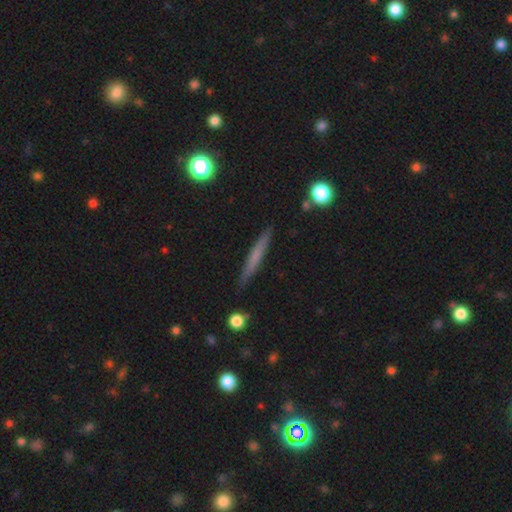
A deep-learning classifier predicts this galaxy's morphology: smooth-or-featured: smooth: 54% | featured or disk: 40% | star or artifact: 7%
  how-rounded: cigar-shaped: 95% | in between: 3% | round: 2%
  merging: none: 89% | minor disturbance: 8% | major disturbance: 2% | merger: 1%